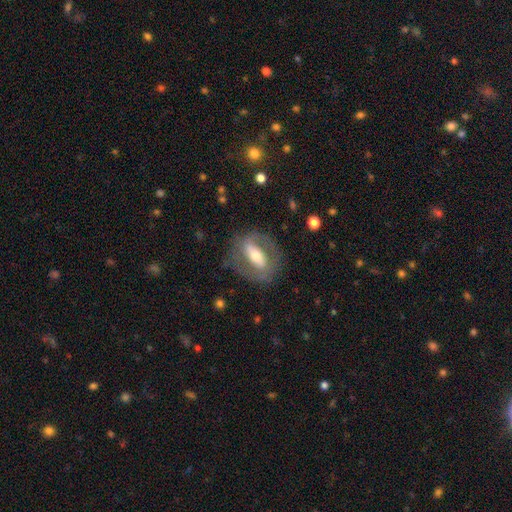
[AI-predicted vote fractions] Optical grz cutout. It shows a featured or disk galaxy (67%) with a strong bar (55%), no spiral arms (52%) and a moderate central bulge (60%). Merging: none (75%).